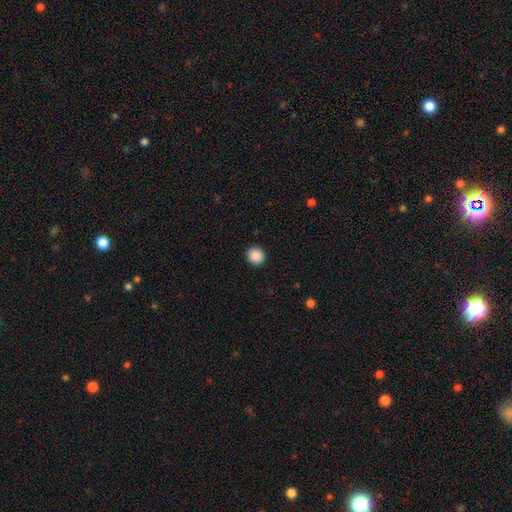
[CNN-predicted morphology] Smooth or featured? smooth (88%)
How rounded? round (90%)
Merging? none (93%)